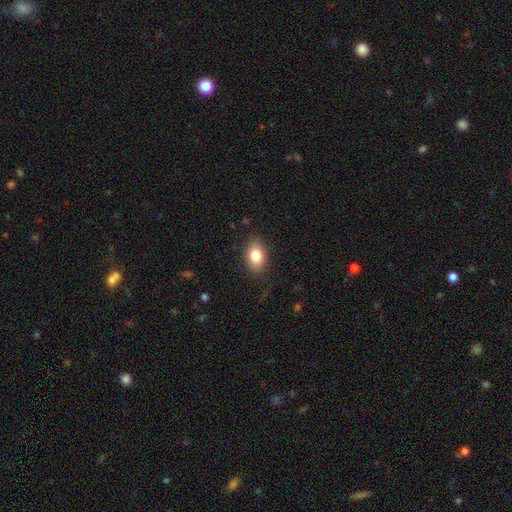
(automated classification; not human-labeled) Q: Smooth or featured?
A: smooth (81%); runner-up: featured or disk (11%)
Q: How rounded?
A: in between (86%); runner-up: round (13%)
Q: Merging?
A: none (84%); runner-up: minor disturbance (11%)